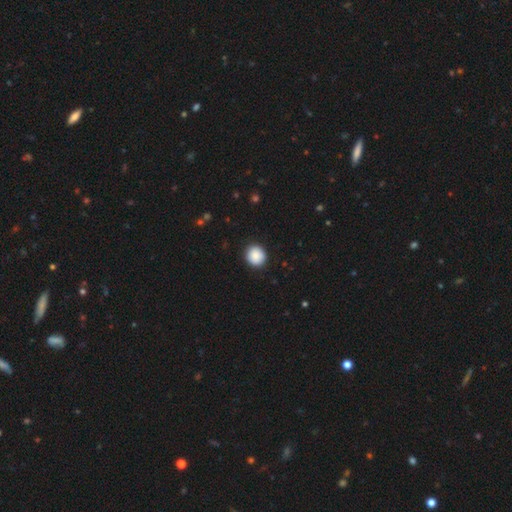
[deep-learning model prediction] The model was most divided on "how rounded": round: 88%, in between: 11%, cigar-shaped: 1%. More confident: merging — none (90%); smooth or featured — smooth (87%).